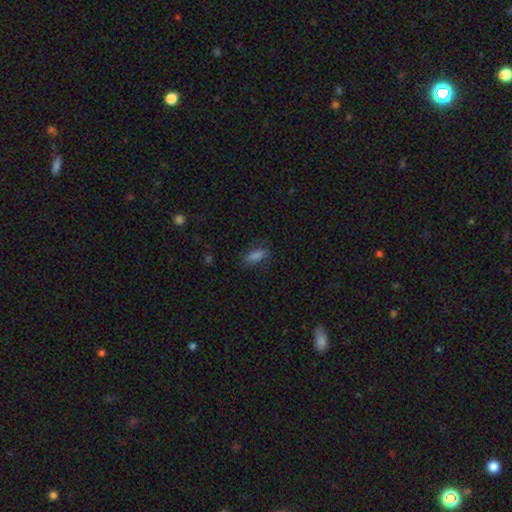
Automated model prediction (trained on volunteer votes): Q: Smooth or featured?
A: smooth (74%); runner-up: star or artifact (14%)
Q: How rounded?
A: in between (66%); runner-up: cigar-shaped (29%)
Q: Merging?
A: none (75%); runner-up: minor disturbance (17%)